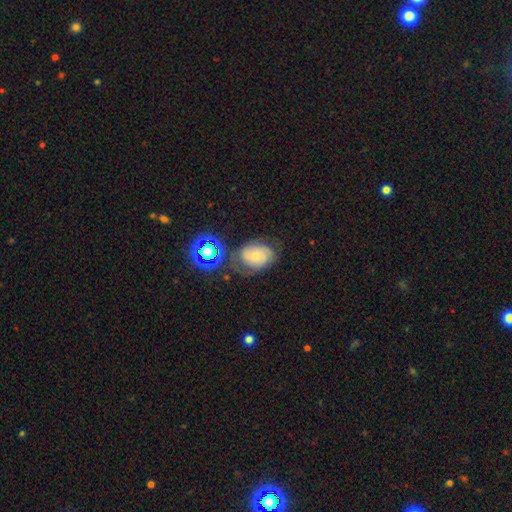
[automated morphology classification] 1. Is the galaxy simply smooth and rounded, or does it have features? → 55% featured or disk, 32% smooth, 13% star or artifact.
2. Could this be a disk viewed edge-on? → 96% no, 4% yes.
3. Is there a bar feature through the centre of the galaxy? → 78% no, 19% weak, 3% strong.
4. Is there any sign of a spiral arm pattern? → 83% yes, 17% no.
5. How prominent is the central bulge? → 60% small, 34% moderate, 2% none, 2% large, 1% dominant.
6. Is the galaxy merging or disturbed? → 60% none, 24% minor disturbance, 11% major disturbance, 5% merger.